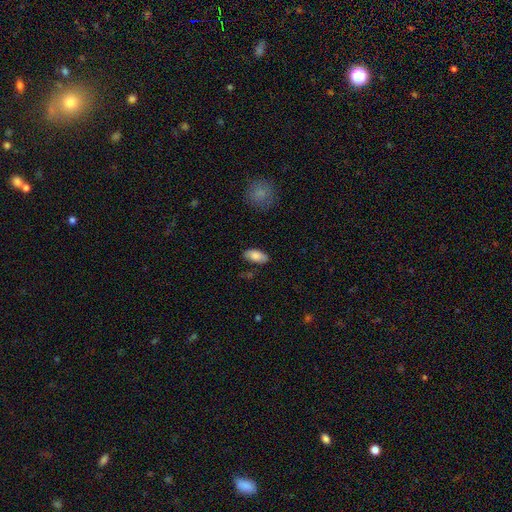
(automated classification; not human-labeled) smooth_or_featured: smooth (p=0.85) [alt: featured or disk p=0.09]
how_rounded: in between (p=0.91) [alt: cigar-shaped p=0.06]
merging: none (p=0.84) [alt: minor disturbance p=0.12]